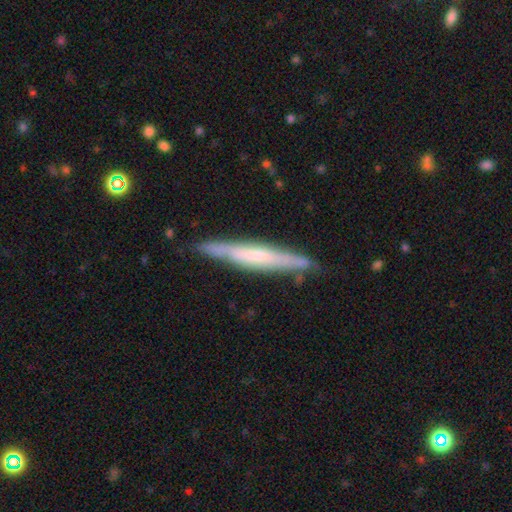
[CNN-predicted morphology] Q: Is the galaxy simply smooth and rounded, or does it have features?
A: featured or disk — 59%.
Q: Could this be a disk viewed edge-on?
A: yes — 91%.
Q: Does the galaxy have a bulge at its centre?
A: none — 49%.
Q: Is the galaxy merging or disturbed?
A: none — 82%.